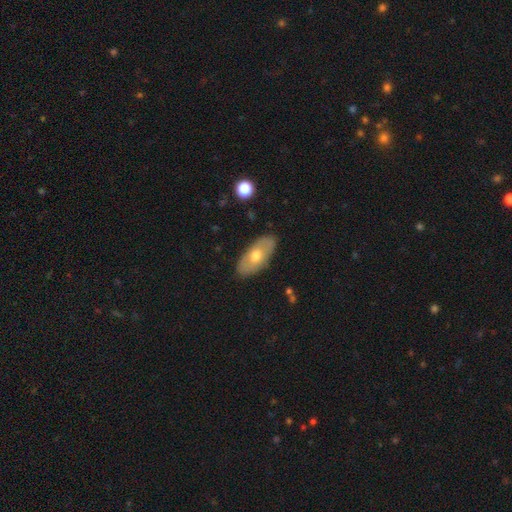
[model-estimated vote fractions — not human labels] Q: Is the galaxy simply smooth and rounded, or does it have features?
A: smooth — 56%.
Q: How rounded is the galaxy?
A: in between — 90%.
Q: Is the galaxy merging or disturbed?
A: none — 85%.